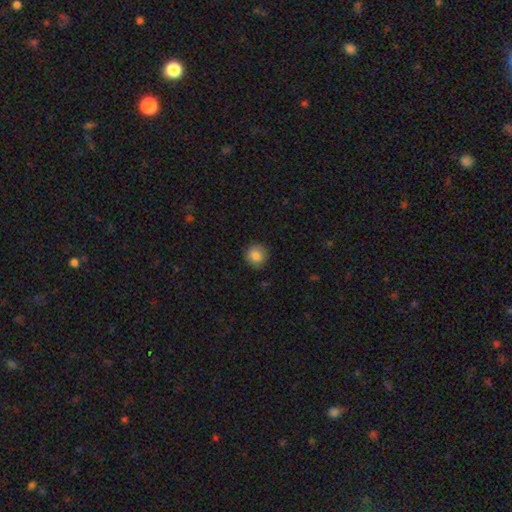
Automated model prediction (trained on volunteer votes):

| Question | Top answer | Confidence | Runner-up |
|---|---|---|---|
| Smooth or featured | smooth | 85% | star or artifact (9%) |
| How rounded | round | 93% | in between (6%) |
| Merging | none | 89% | minor disturbance (8%) |